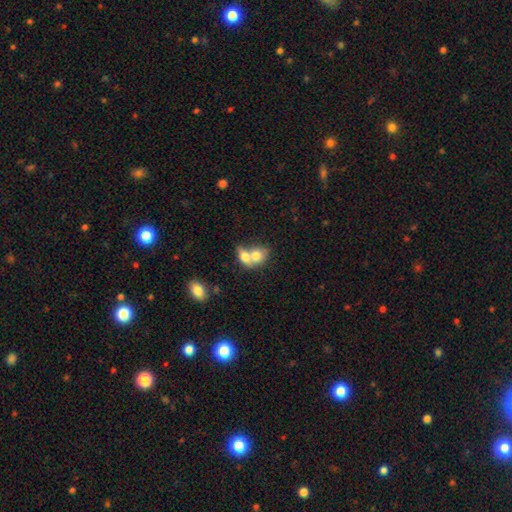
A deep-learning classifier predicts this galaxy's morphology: Smooth or featured? Predicted: smooth (p=0.72). How rounded? Predicted: in between (p=0.54). Merging? Predicted: merger (p=0.75).